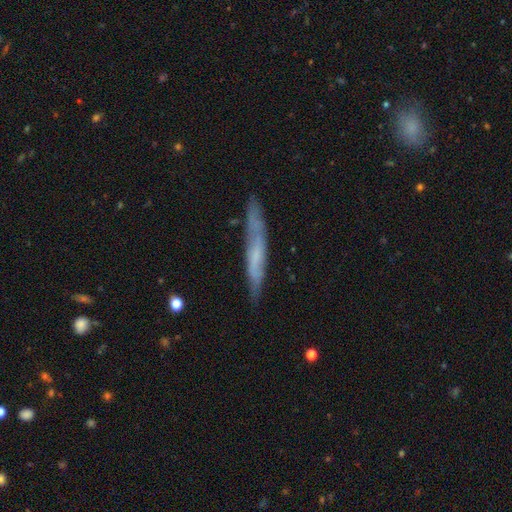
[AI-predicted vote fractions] A featured or disk galaxy (52%) viewed edge-on (77%). Merging: none (76%).